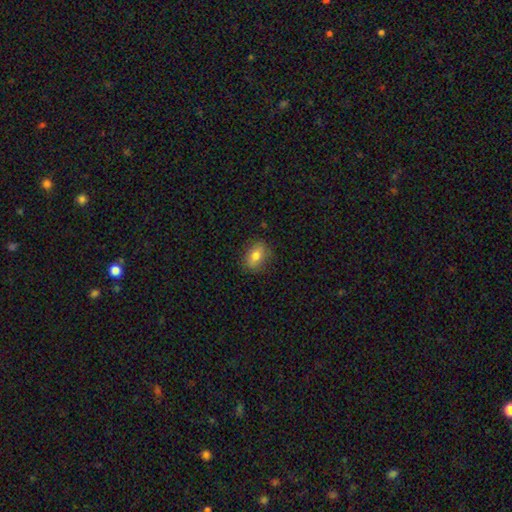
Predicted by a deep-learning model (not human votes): A smooth galaxy with no disk features (80%) that is in between round and cigar-shaped (73%). Merging: none (83%).